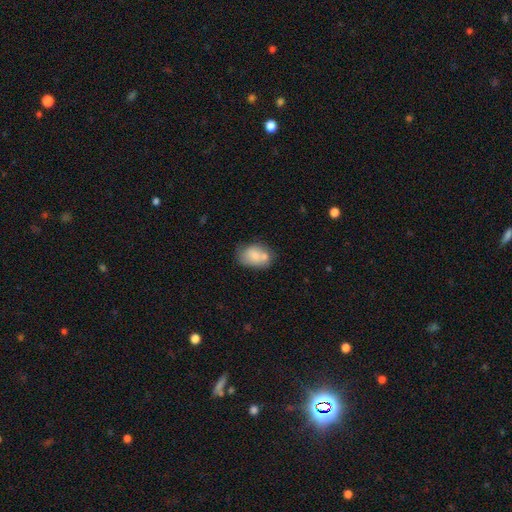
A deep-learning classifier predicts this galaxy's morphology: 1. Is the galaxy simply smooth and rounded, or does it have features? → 74% smooth, 18% featured or disk, 7% star or artifact.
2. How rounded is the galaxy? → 76% in between, 22% round, 1% cigar-shaped.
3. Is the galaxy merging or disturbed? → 43% none, 32% merger, 19% minor disturbance, 6% major disturbance.